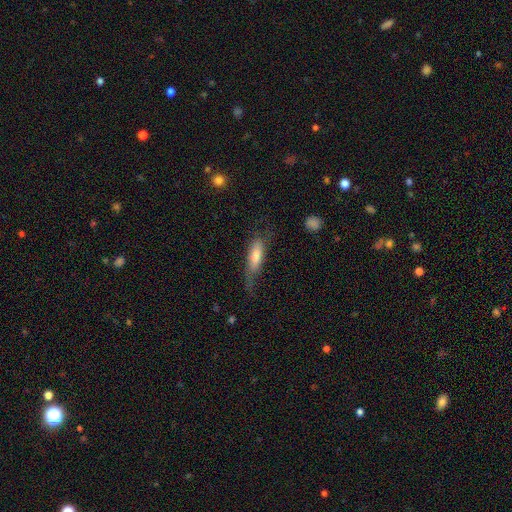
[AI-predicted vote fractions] Morphology: type=smooth (64%); roundness=cigar-shaped (55%); merging=none (46%).